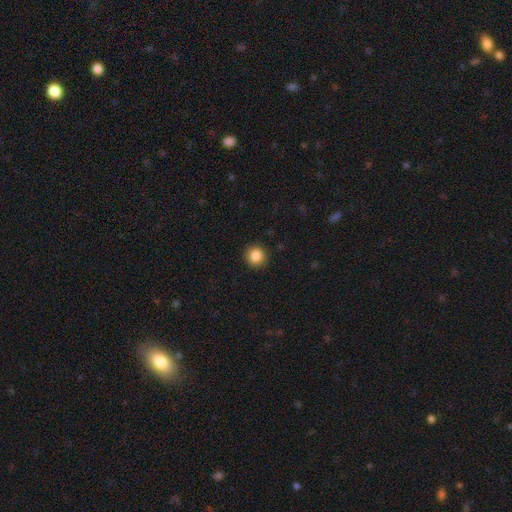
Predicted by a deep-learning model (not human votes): Smooth or featured: smooth — 86% (star or artifact — 10%)
How rounded: round — 94% (in between — 5%)
Merging: none — 92% (minor disturbance — 5%)